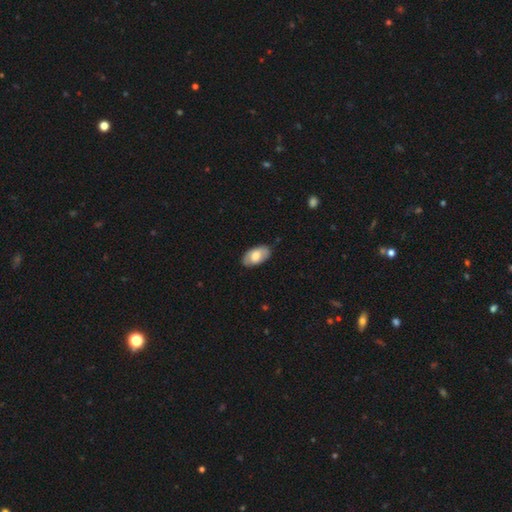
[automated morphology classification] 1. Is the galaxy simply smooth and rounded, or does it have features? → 68% smooth, 26% featured or disk, 6% star or artifact.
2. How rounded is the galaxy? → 95% in between, 3% round, 2% cigar-shaped.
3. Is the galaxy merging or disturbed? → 83% none, 13% minor disturbance, 2% major disturbance, 1% merger.